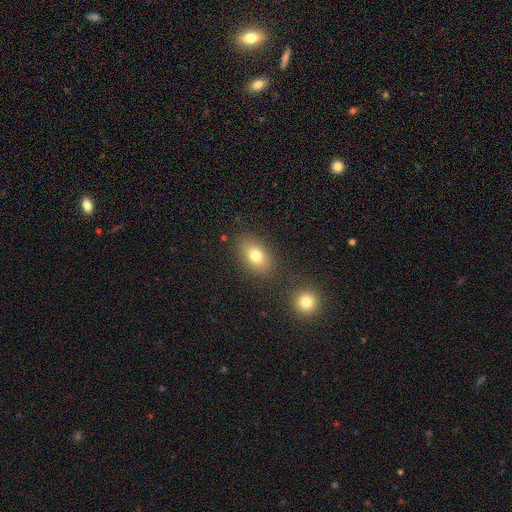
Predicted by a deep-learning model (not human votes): A smooth galaxy with no disk features (77%) that is in between round and cigar-shaped (82%).

Vote fractions:
- Smooth or featured? smooth: 77% / featured or disk: 13% / star or artifact: 10%
- How rounded? in between: 82% / round: 16% / cigar-shaped: 2%
- Merging? none: 80% / minor disturbance: 11% / merger: 6% / major disturbance: 4%